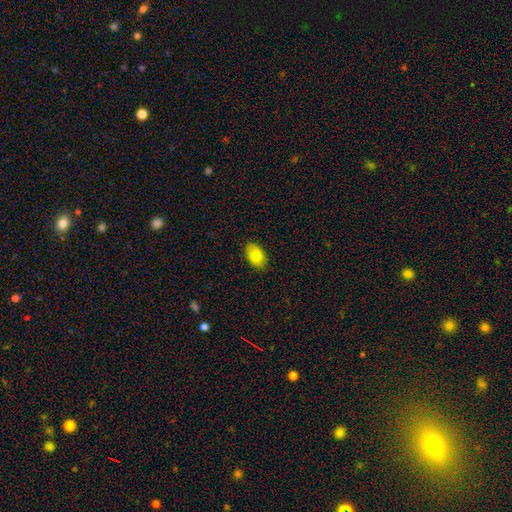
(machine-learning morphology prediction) Overall: smooth (84%). How rounded: in between (90%). Merging: none (86%).